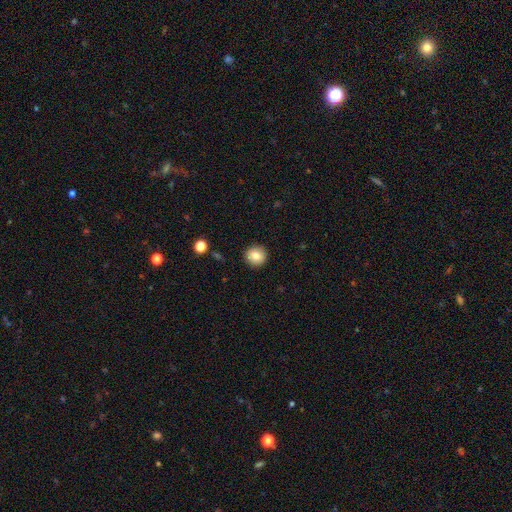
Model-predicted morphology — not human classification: Smooth or featured? smooth (83%)
How rounded? round (93%)
Merging? none (92%)